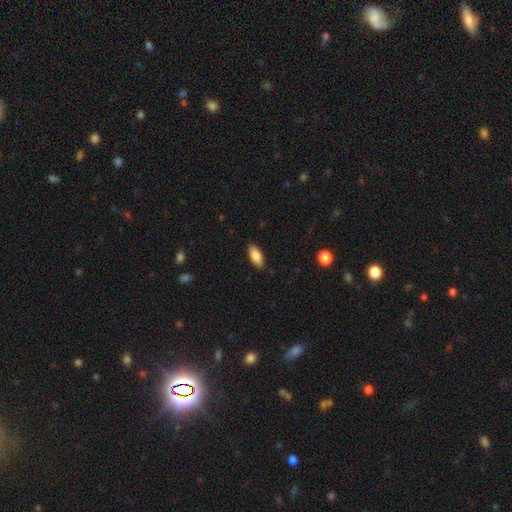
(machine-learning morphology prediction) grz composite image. It shows a smooth galaxy with no disk features (85%) that is in between round and cigar-shaped (86%). Merging: none (88%).